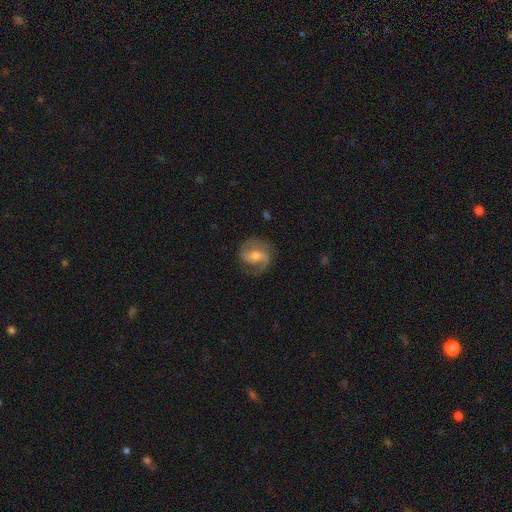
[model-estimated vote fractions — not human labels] Q: Smooth or featured?
A: featured or disk (79%); runner-up: smooth (15%)
Q: Edge-on disk?
A: no (98%); runner-up: yes (2%)
Q: Bar?
A: weak (46%); runner-up: no (35%)
Q: Spiral arms?
A: yes (94%); runner-up: no (6%)
Q: Spiral winding?
A: medium (50%); runner-up: loose (27%)
Q: Spiral arm count?
A: 2 (79%); runner-up: 1 (12%)
Q: Bulge size?
A: moderate (65%); runner-up: small (28%)
Q: Merging?
A: none (73%); runner-up: minor disturbance (17%)